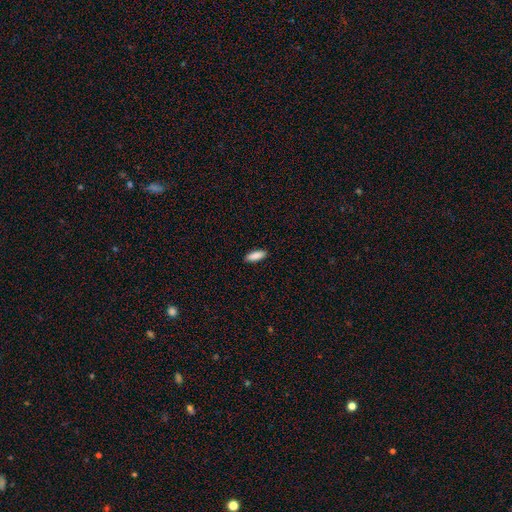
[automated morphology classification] Smooth or featured?
  - smooth: 89% *
  - star or artifact: 6%
  - featured or disk: 5%
How rounded?
  - in between: 63% *
  - cigar-shaped: 35%
  - round: 2%
Merging?
  - none: 90% *
  - minor disturbance: 8%
  - major disturbance: 2%
  - merger: 1%